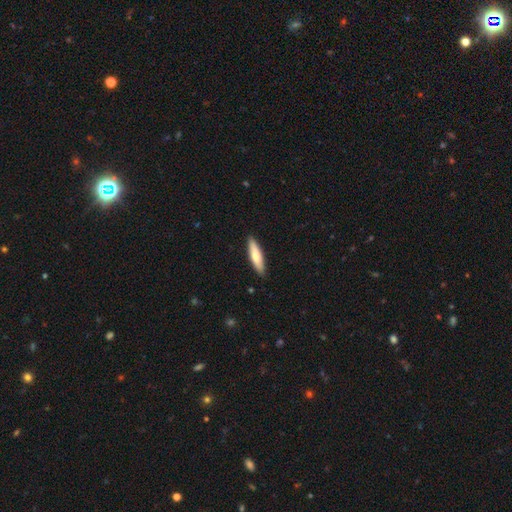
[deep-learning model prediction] smooth-or-featured: smooth: 69% | featured or disk: 26% | star or artifact: 5%
  how-rounded: cigar-shaped: 75% | in between: 24% | round: 1%
  merging: none: 90% | minor disturbance: 8% | major disturbance: 1% | merger: 1%